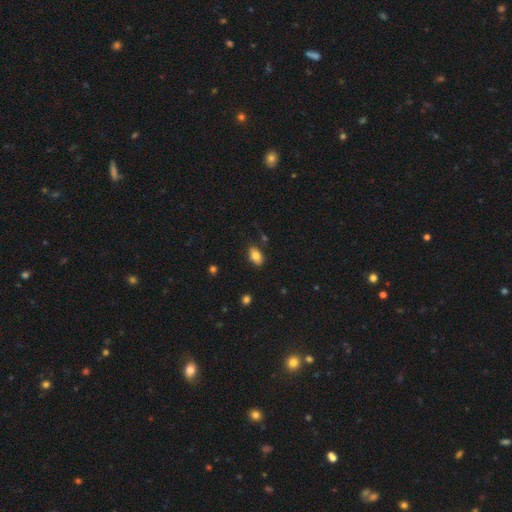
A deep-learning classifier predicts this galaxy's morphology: smooth_or_featured: smooth (p=0.81) [alt: featured or disk p=0.10]
how_rounded: in between (p=0.90) [alt: round p=0.08]
merging: none (p=0.80) [alt: minor disturbance p=0.14]